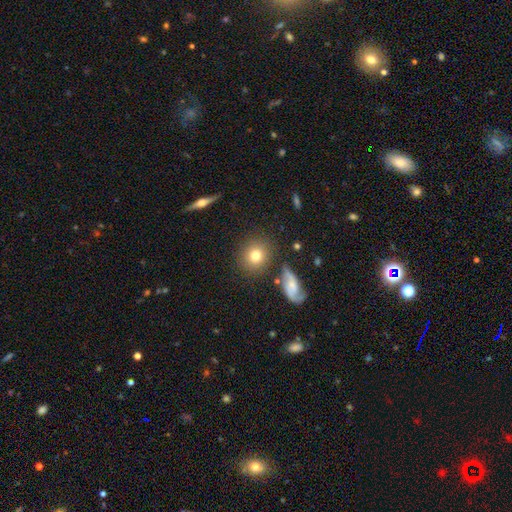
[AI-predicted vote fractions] Smooth or featured? Predicted: smooth (p=0.77). How rounded? Predicted: round (p=0.84). Merging? Predicted: none (p=0.81).